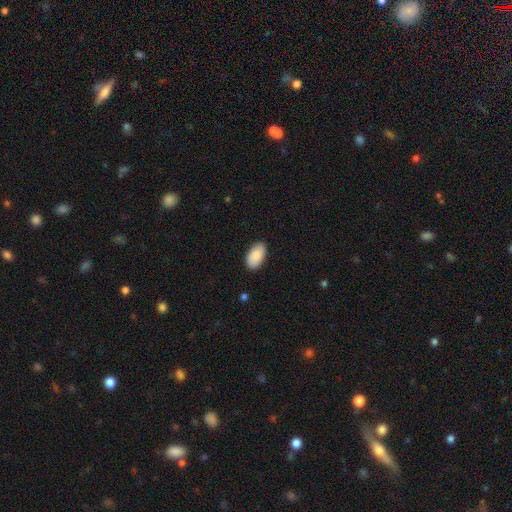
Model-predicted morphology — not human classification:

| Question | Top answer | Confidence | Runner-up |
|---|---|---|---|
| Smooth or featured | smooth | 87% | featured or disk (8%) |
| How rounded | in between | 95% | round (3%) |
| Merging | none | 87% | minor disturbance (10%) |